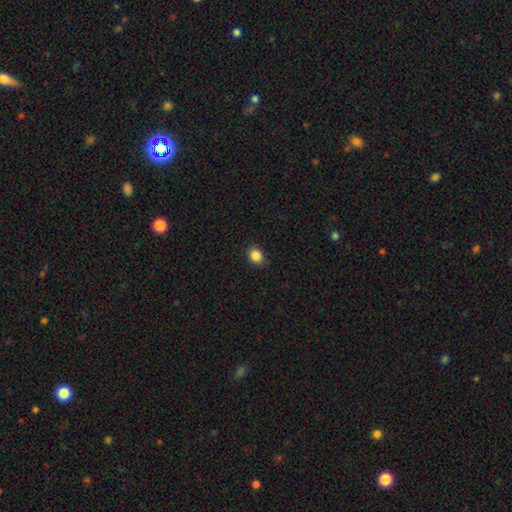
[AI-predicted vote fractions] Smooth or featured? Predicted: smooth (p=0.86). How rounded? Predicted: in between (p=0.52). Merging? Predicted: none (p=0.89).